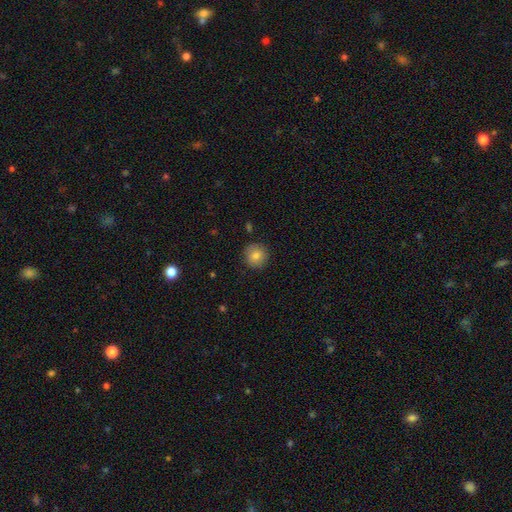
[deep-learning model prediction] A smooth galaxy with no disk features (81%) that is round (94%).

Vote fractions:
- Smooth or featured? smooth: 81% / star or artifact: 10% / featured or disk: 10%
- How rounded? round: 94% / in between: 6% / cigar-shaped: 1%
- Merging? none: 88% / minor disturbance: 8% / major disturbance: 2% / merger: 1%